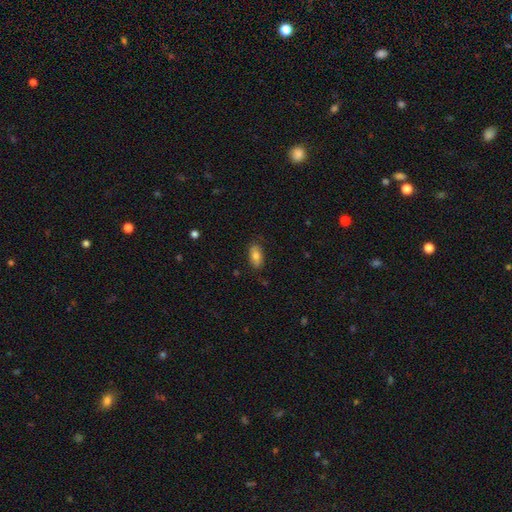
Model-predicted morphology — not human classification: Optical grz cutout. It shows a smooth galaxy with no disk features (77%) that is in between round and cigar-shaped (91%). Merging: none (79%).